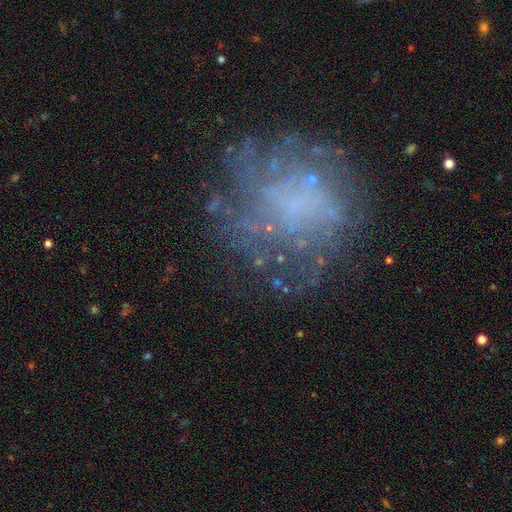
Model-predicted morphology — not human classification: Smooth or featured: featured or disk — 62% (smooth — 20%)
Edge-on disk: no — 98% (yes — 2%)
Bar: no — 85% (weak — 12%)
Spiral arms: no — 53% (yes — 47%)
Bulge size: none — 69% (small — 17%)
Merging: none — 67% (minor disturbance — 16%)